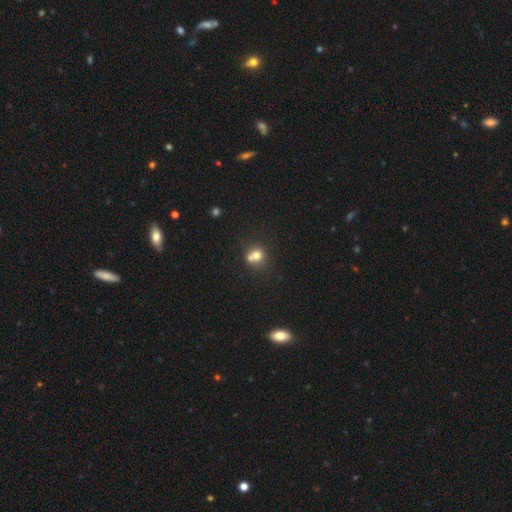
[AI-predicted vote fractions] This appears to be a smooth galaxy with no disk features (71%) that is round (75%). Merging: merger (48%).